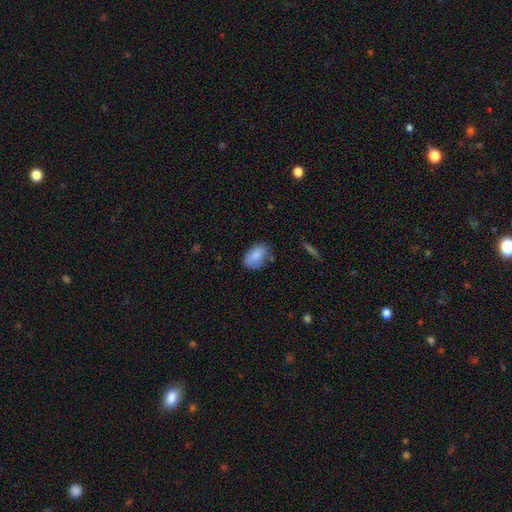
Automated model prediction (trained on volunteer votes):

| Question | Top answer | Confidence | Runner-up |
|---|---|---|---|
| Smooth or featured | smooth | 84% | featured or disk (9%) |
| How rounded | in between | 88% | round (10%) |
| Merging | none | 69% | minor disturbance (23%) |